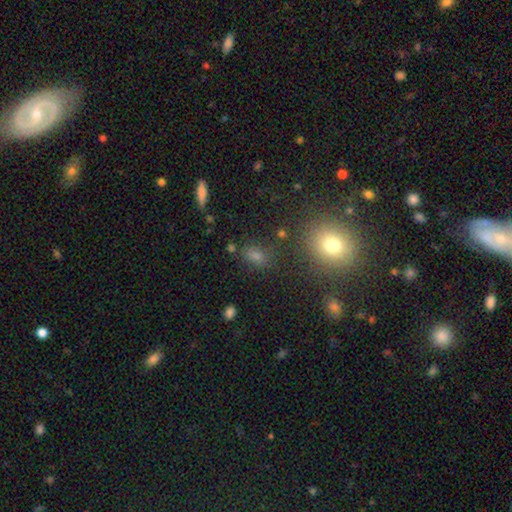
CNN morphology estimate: smooth 65%, star or artifact 26%, featured or disk 9%. Down the decision tree: how rounded — in between (66%); merging — none (79%).